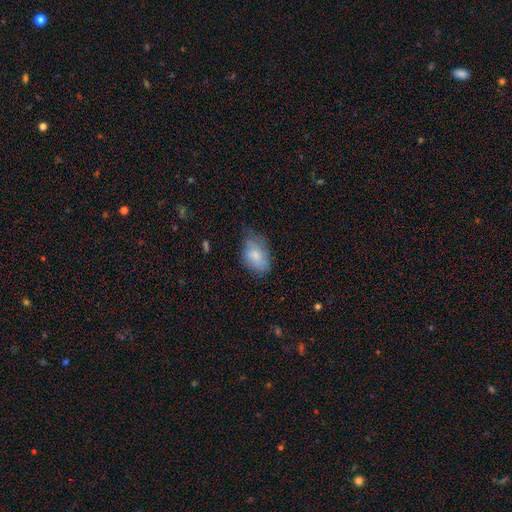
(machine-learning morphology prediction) Q: Smooth or featured?
A: smooth (77%); runner-up: featured or disk (16%)
Q: How rounded?
A: in between (88%); runner-up: round (10%)
Q: Merging?
A: none (54%); runner-up: minor disturbance (34%)